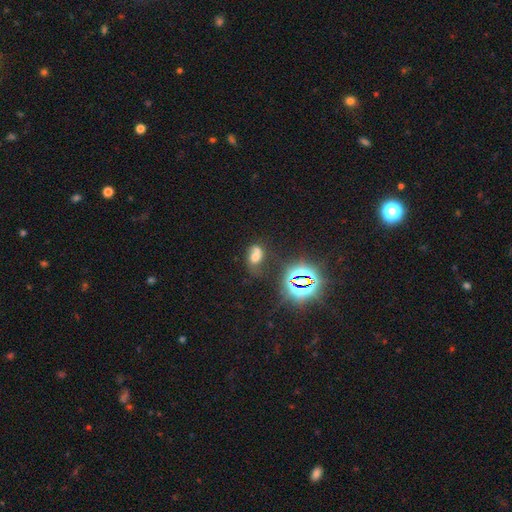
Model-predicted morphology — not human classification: Q: Smooth or featured?
A: smooth (49%); runner-up: featured or disk (28%)
Q: Merging?
A: merger (50%); runner-up: none (24%)